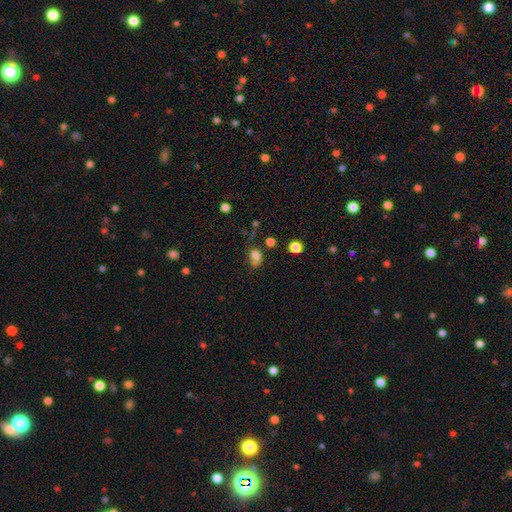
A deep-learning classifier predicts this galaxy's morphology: Q: Smooth or featured?
A: smooth (75%); runner-up: star or artifact (14%)
Q: How rounded?
A: in between (66%); runner-up: round (32%)
Q: Merging?
A: none (42%); runner-up: minor disturbance (28%)